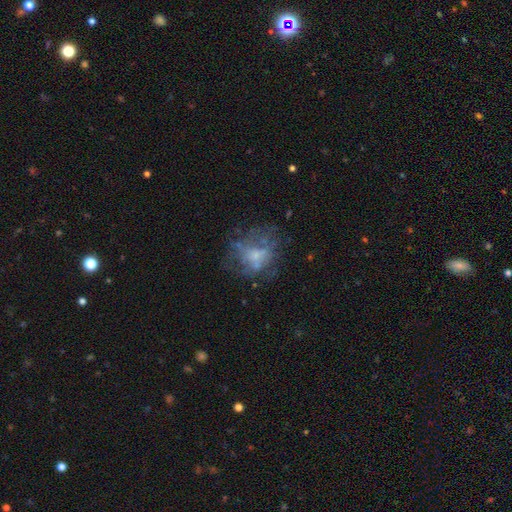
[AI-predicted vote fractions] A featured or disk galaxy (52%) with no bar (82%), no spiral arms (81%) and a small central bulge (35%).

Vote fractions:
- Smooth or featured? featured or disk: 52% / smooth: 33% / star or artifact: 14%
- Edge-on disk? no: 98% / yes: 2%
- Bar? no: 82% / weak: 15% / strong: 3%
- Spiral arms? no: 81% / yes: 19%
- Bulge size? small: 35% / moderate: 30% / none: 29% / large: 5% / dominant: 1%
- Merging? none: 49% / major disturbance: 27% / minor disturbance: 19% / merger: 5%